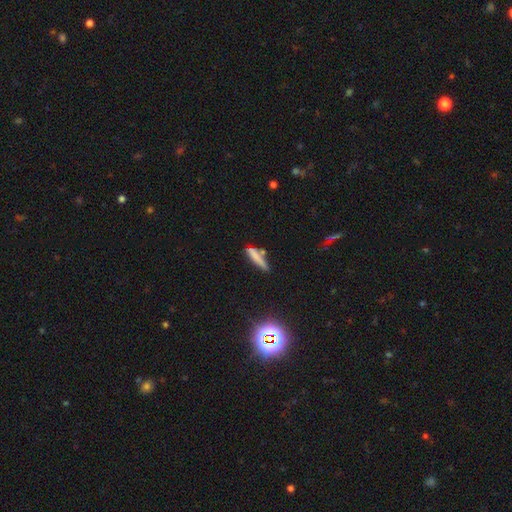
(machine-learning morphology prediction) Smooth or featured?
  - smooth: 72% *
  - featured or disk: 19%
  - star or artifact: 10%
How rounded?
  - cigar-shaped: 84% *
  - in between: 14%
  - round: 2%
Merging?
  - none: 62% *
  - minor disturbance: 20%
  - merger: 12%
  - major disturbance: 5%